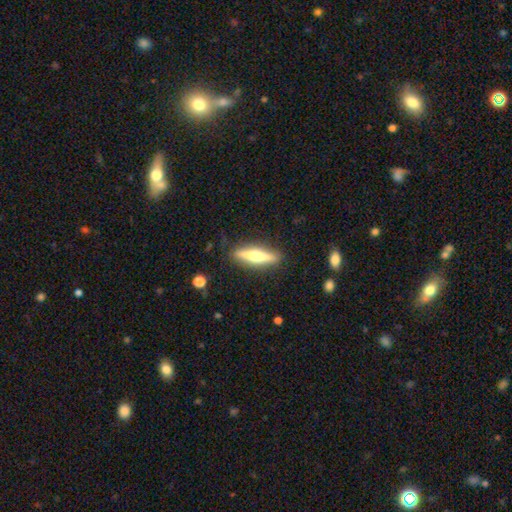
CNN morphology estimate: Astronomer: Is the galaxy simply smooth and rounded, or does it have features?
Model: featured or disk — 56% (runner-up: smooth, 38%).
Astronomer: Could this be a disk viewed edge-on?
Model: yes — 94%.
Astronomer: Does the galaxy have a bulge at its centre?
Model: rounded — 92%.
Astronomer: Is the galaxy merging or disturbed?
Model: none — 88%.